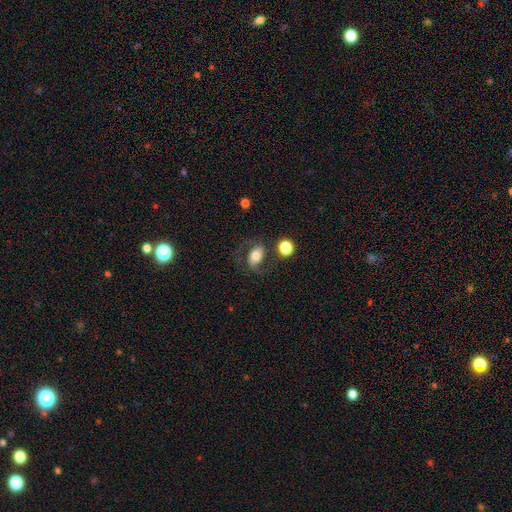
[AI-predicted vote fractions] Smooth or featured: smooth — 50% (featured or disk — 41%)
How rounded: in between — 77% (round — 21%)
Merging: none — 59% (minor disturbance — 19%)